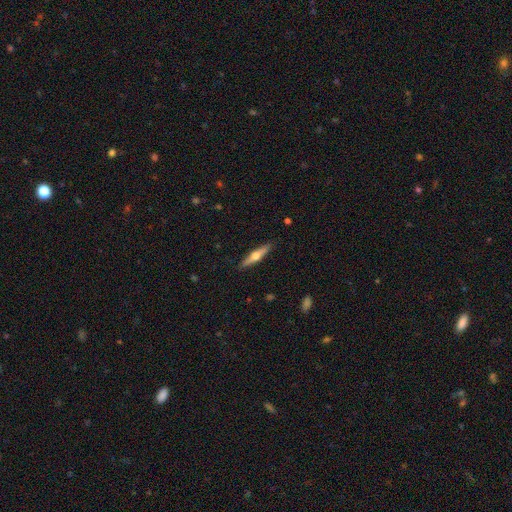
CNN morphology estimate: Smooth or featured: featured or disk — 63% (smooth — 31%)
Edge-on disk: yes — 96% (no — 4%)
Edge-on bulge: rounded — 94% (none — 3%)
Merging: none — 90% (minor disturbance — 7%)